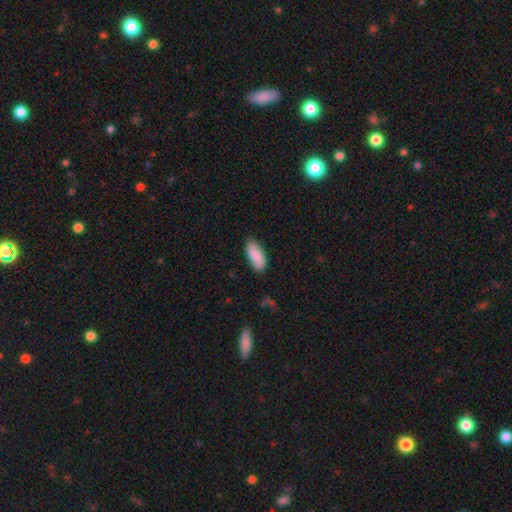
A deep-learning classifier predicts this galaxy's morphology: smooth-or-featured: smooth: 86% | featured or disk: 8% | star or artifact: 6%
  how-rounded: in between: 88% | cigar-shaped: 10% | round: 2%
  merging: none: 84% | minor disturbance: 12% | major disturbance: 2% | merger: 1%